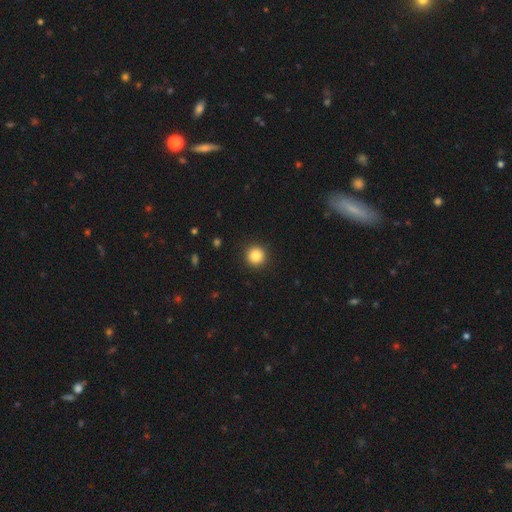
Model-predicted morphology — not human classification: Smooth or featured? Predicted: smooth (p=0.85). How rounded? Predicted: round (p=0.95). Merging? Predicted: none (p=0.92).